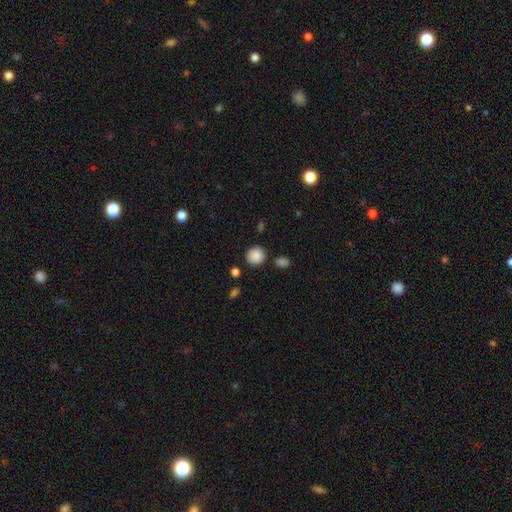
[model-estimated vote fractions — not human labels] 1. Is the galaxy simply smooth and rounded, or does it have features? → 88% smooth, 8% star or artifact, 4% featured or disk.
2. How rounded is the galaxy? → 89% round, 10% in between, 1% cigar-shaped.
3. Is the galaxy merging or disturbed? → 84% none, 9% minor disturbance, 4% merger, 3% major disturbance.